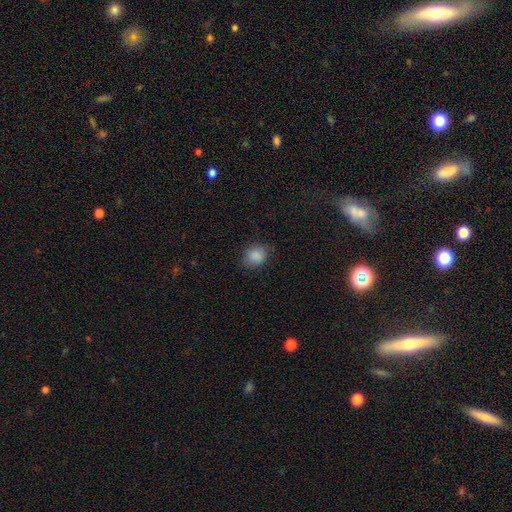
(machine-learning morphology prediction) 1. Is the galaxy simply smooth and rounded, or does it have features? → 87% smooth, 9% star or artifact, 4% featured or disk.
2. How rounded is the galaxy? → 50% round, 49% in between, 1% cigar-shaped.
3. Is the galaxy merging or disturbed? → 79% none, 16% minor disturbance, 4% major disturbance, 1% merger.